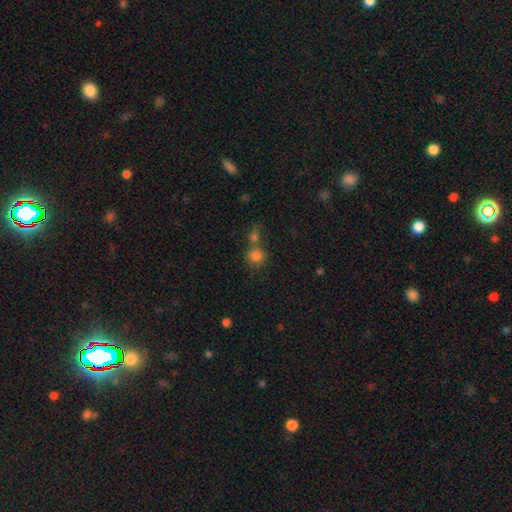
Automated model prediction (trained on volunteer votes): A smooth galaxy with no disk features (81%) that is round (85%).

Vote fractions:
- Smooth or featured? smooth: 81% / star or artifact: 12% / featured or disk: 7%
- How rounded? round: 85% / in between: 14% / cigar-shaped: 1%
- Merging? none: 47% / merger: 40% / minor disturbance: 8% / major disturbance: 4%